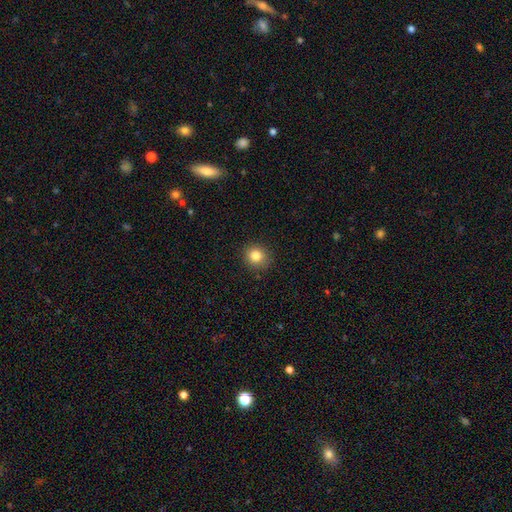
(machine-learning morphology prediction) Smooth or featured?
  - smooth: 83% *
  - star or artifact: 11%
  - featured or disk: 6%
How rounded?
  - round: 86% *
  - in between: 14%
  - cigar-shaped: 1%
Merging?
  - none: 88% *
  - minor disturbance: 8%
  - major disturbance: 2%
  - merger: 1%